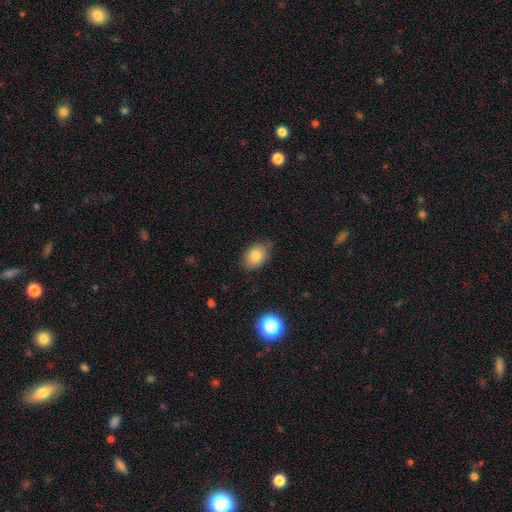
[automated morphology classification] Smooth or featured? Predicted: smooth (p=0.81). How rounded? Predicted: in between (p=0.75). Merging? Predicted: none (p=0.74).